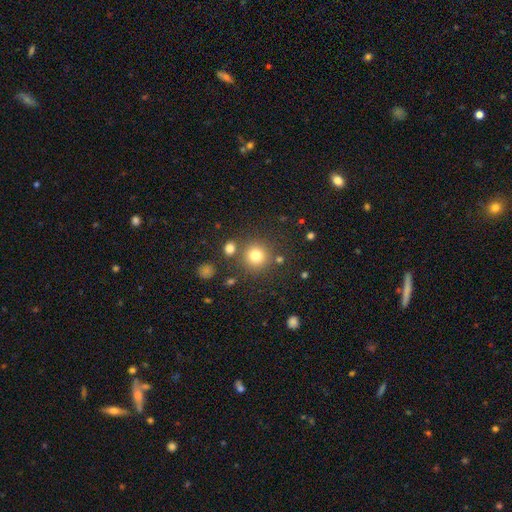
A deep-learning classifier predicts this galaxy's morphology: Smooth or featured?
  - smooth: 78% *
  - star or artifact: 14%
  - featured or disk: 7%
How rounded?
  - round: 93% *
  - in between: 6%
  - cigar-shaped: 1%
Merging?
  - none: 80% *
  - merger: 8%
  - minor disturbance: 8%
  - major disturbance: 4%